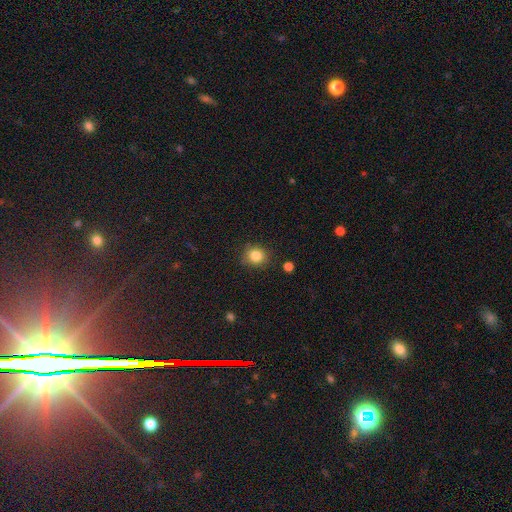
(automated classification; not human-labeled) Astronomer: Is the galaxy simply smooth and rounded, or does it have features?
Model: smooth — 84%.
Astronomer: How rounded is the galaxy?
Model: round — 81%.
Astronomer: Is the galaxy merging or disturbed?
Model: none — 83%.